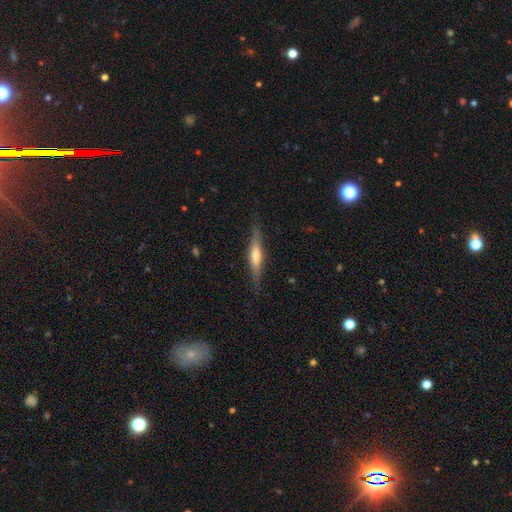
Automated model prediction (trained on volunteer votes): smooth-or-featured: featured or disk: 56% | smooth: 37% | star or artifact: 6%
  disk-edge-on: yes: 94% | no: 6%
    edge-on-bulge: rounded: 56% | boxy: 22% | none: 22%
  merging: none: 83% | minor disturbance: 13% | major disturbance: 3% | merger: 1%